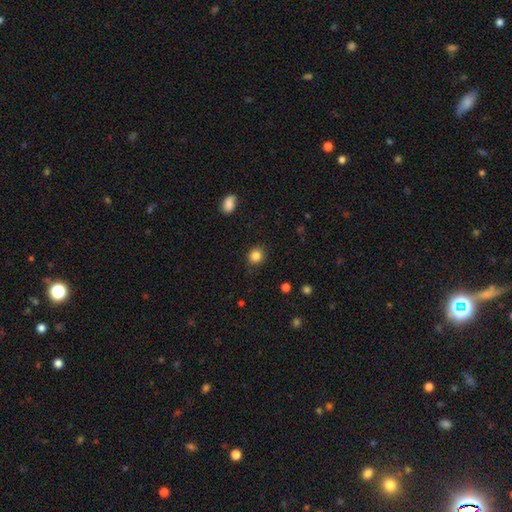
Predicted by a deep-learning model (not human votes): Smooth or featured: smooth — 85% (star or artifact — 11%)
How rounded: round — 80% (in between — 19%)
Merging: none — 85% (minor disturbance — 11%)